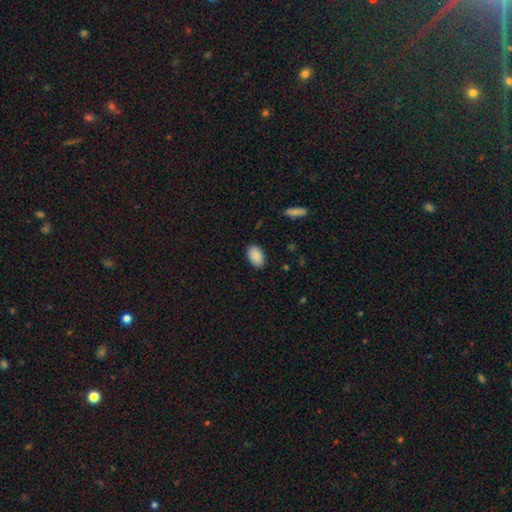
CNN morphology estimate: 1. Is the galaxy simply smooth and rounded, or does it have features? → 90% smooth, 7% star or artifact, 3% featured or disk.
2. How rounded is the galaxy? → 92% in between, 6% round, 1% cigar-shaped.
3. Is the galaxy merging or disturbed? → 87% none, 10% minor disturbance, 2% major disturbance, 1% merger.